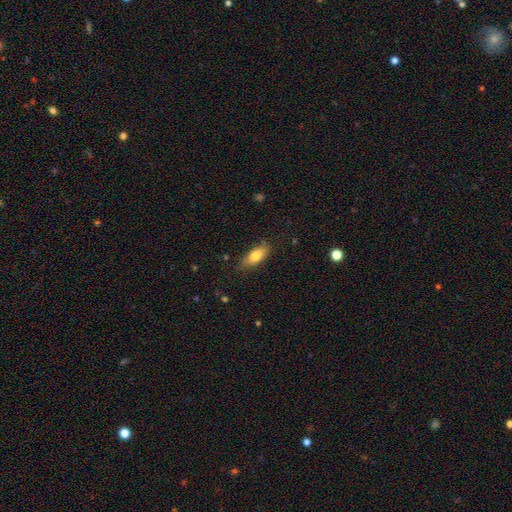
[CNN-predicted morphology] Smooth or featured? Predicted: smooth (p=0.78). How rounded? Predicted: in between (p=0.78). Merging? Predicted: none (p=0.78).